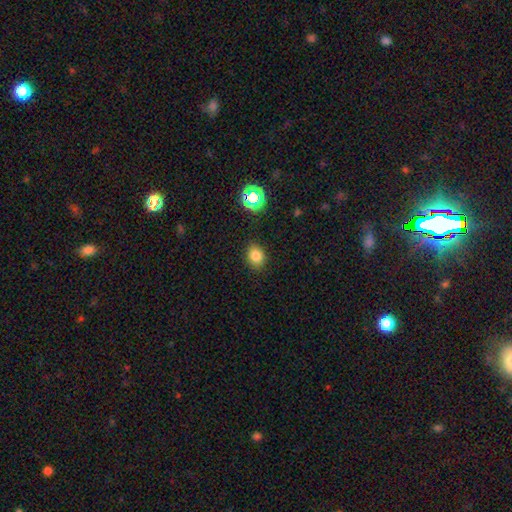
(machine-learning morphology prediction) smooth_or_featured: smooth (p=0.79) [alt: star or artifact p=0.15]
how_rounded: in between (p=0.51) [alt: round p=0.48]
merging: none (p=0.85) [alt: minor disturbance p=0.10]